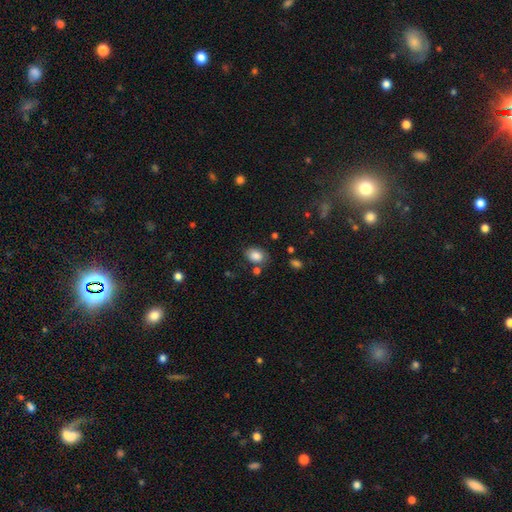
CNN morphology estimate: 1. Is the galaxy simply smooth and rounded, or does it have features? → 85% smooth, 9% star or artifact, 6% featured or disk.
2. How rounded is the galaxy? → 71% in between, 28% round, 1% cigar-shaped.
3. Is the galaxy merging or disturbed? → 75% none, 15% minor disturbance, 6% merger, 4% major disturbance.